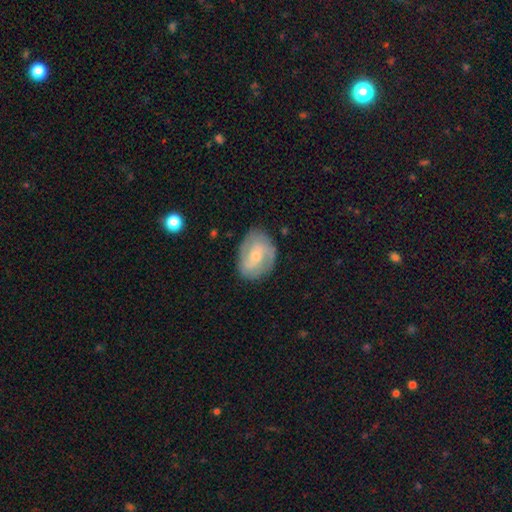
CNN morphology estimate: type=featured or disk (68%); edge-on=no (97%); bar=no (50%); spiral arms=yes (89%); winding=medium (44%); arm count=2 (55%); bulge=small (57%); merging=none (77%).